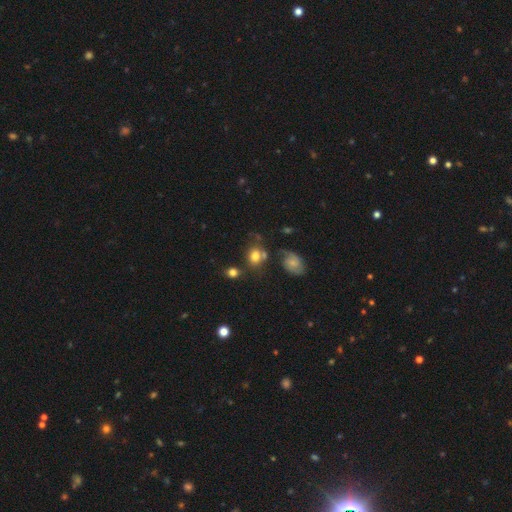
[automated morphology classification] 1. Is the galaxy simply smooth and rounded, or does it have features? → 75% smooth, 13% featured or disk, 12% star or artifact.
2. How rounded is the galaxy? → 51% round, 47% in between, 1% cigar-shaped.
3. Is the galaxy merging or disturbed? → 53% none, 19% merger, 18% minor disturbance, 10% major disturbance.